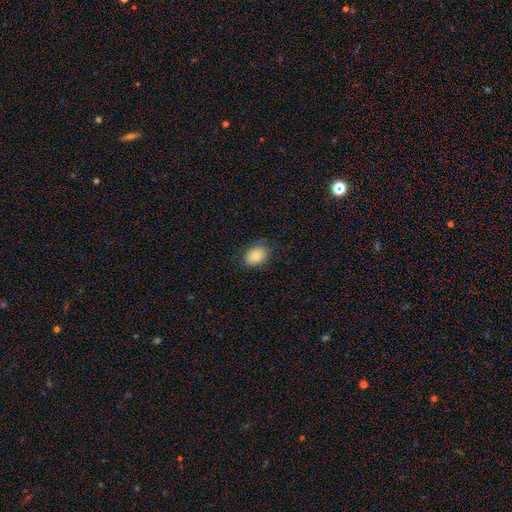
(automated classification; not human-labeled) smooth 84%, featured or disk 8%, star or artifact 8%. Down the decision tree: how rounded — in between (75%); merging — none (76%).